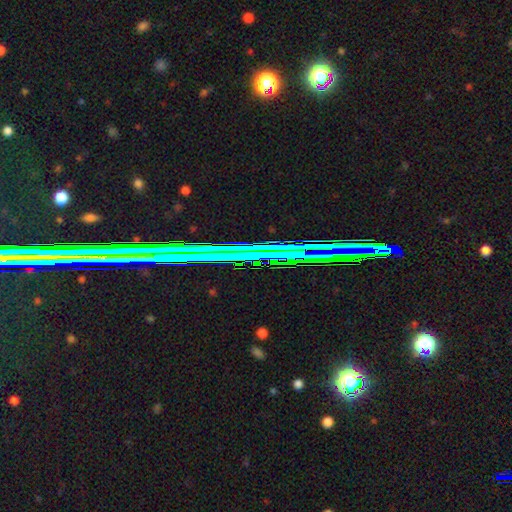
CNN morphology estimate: Smooth or featured? Predicted: star or artifact (p=0.75).